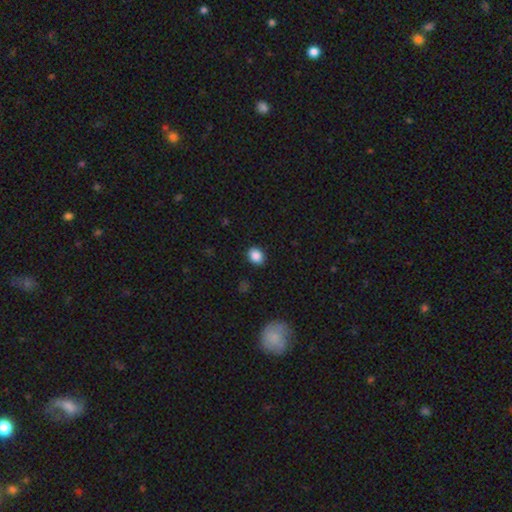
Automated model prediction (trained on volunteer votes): Q: Smooth or featured?
A: smooth (87%); runner-up: star or artifact (9%)
Q: How rounded?
A: round (52%); runner-up: in between (47%)
Q: Merging?
A: none (88%); runner-up: minor disturbance (8%)